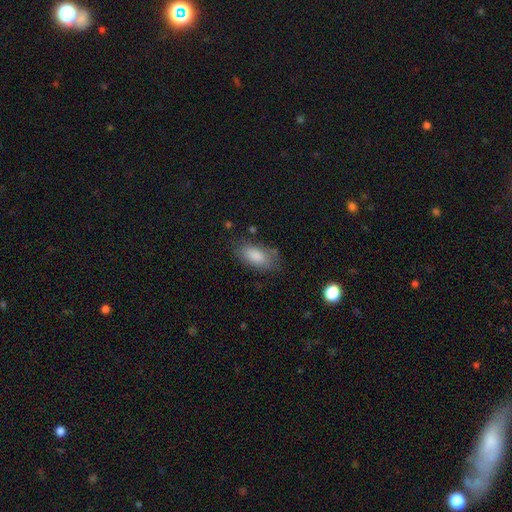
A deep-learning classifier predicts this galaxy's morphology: This is clearly a smooth galaxy (84%). How rounded: clearly in between (90%). Merging: likely none (68%).